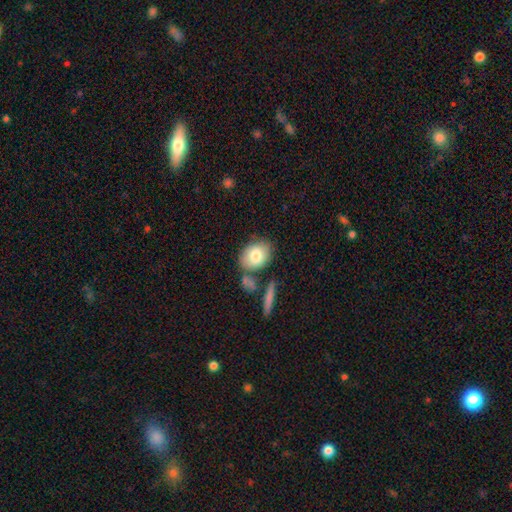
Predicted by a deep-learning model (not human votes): Smooth or featured: smooth — 80% (featured or disk — 13%)
How rounded: in between — 67% (round — 31%)
Merging: none — 67% (minor disturbance — 15%)